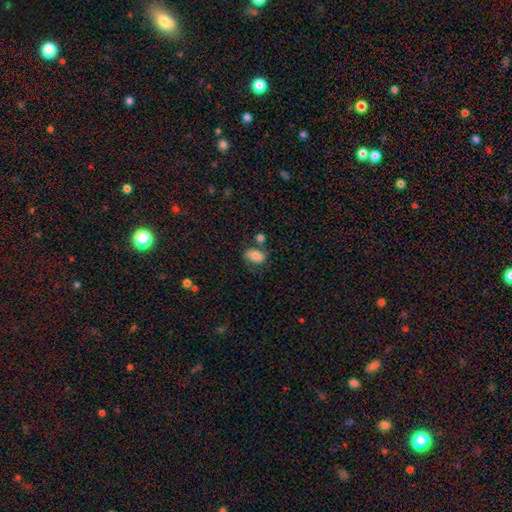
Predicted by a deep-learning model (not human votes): This appears to be a smooth galaxy with no disk features (79%) that is in between round and cigar-shaped (87%). Merging: none (51%).